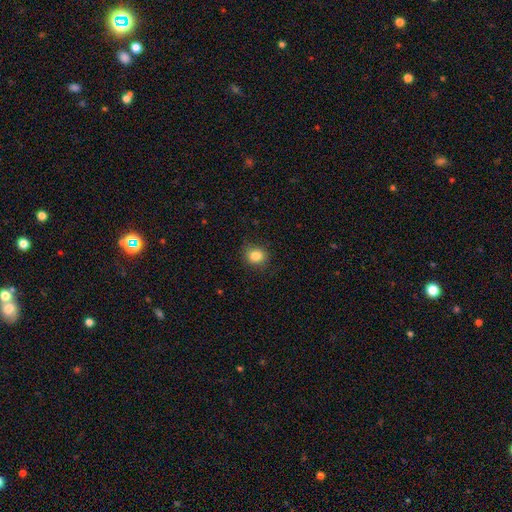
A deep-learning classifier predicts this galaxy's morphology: Smooth or featured: smooth — 84% (star or artifact — 10%)
How rounded: round — 76% (in between — 23%)
Merging: none — 83% (minor disturbance — 13%)